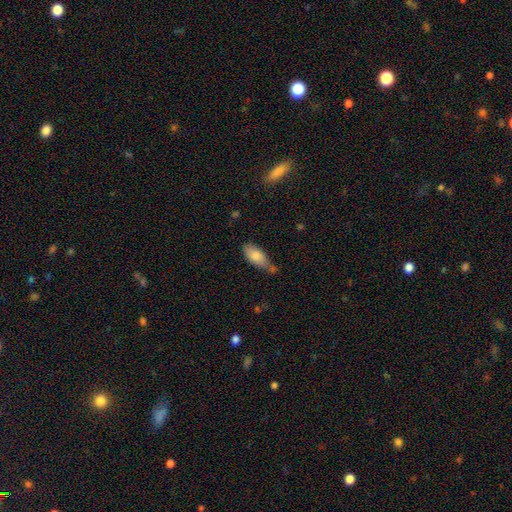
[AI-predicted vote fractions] Overall: smooth (80%). How rounded: in between (88%). Merging: none (43%; minor disturbance 33%).